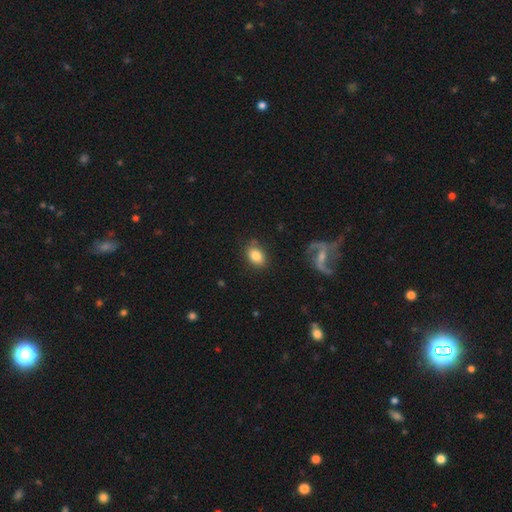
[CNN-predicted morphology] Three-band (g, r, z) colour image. It shows a smooth galaxy with no disk features (81%) that is in between round and cigar-shaped (75%). Merging: none (79%).